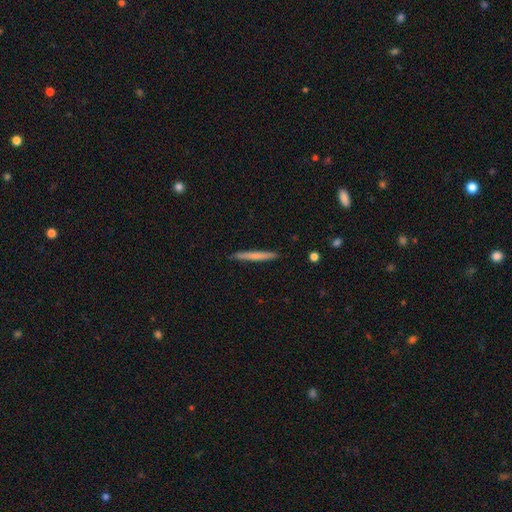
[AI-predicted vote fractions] The model was most divided on "smooth or featured": smooth: 64%, featured or disk: 30%, star or artifact: 6%. More confident: how rounded — cigar-shaped (97%); merging — none (90%).